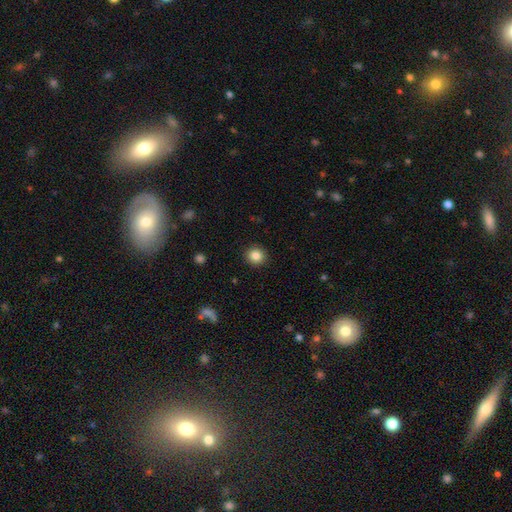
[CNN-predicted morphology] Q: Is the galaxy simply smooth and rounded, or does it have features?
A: smooth — 85%.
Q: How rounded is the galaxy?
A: round — 92%.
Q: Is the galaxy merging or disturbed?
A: none — 92%.